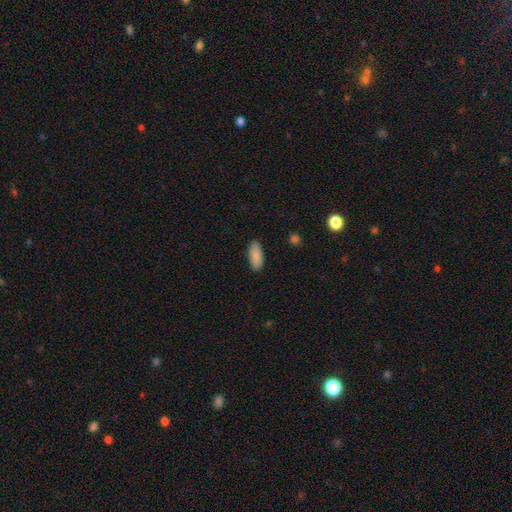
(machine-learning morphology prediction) A smooth galaxy with no disk features (89%) that is in between round and cigar-shaped (84%). Merging: none (88%).